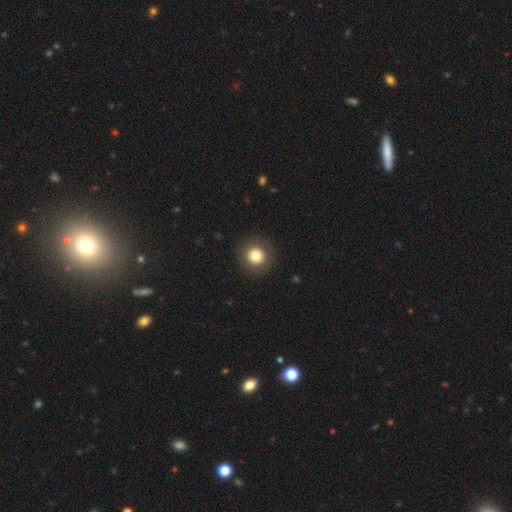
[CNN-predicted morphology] Smooth or featured? Predicted: smooth (p=0.81). How rounded? Predicted: round (p=0.94). Merging? Predicted: none (p=0.90).